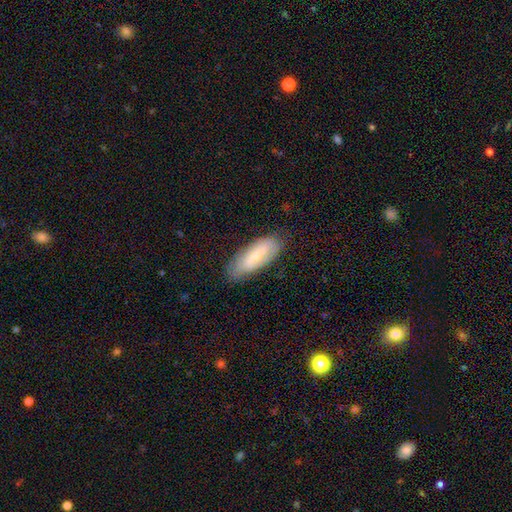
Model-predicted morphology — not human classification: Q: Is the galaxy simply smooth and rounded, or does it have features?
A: smooth — 46%, tied with featured or disk.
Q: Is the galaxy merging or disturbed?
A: none — 78%.